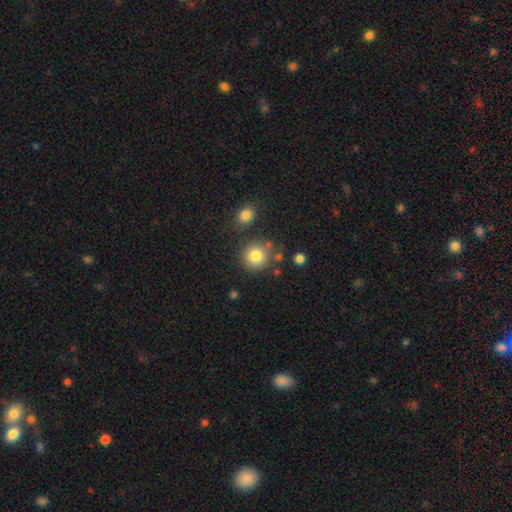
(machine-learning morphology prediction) Smooth or featured? smooth (81%)
How rounded? round (91%)
Merging? none (76%)